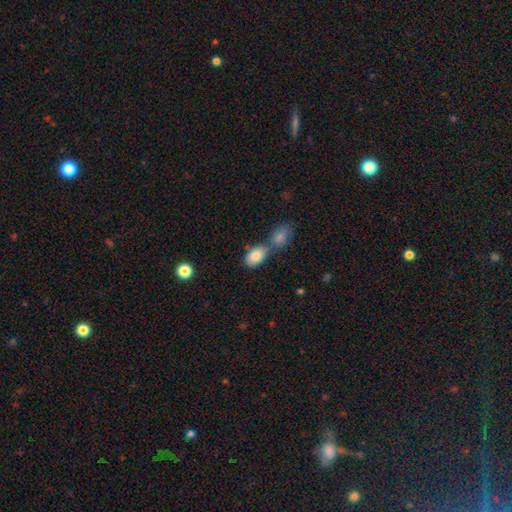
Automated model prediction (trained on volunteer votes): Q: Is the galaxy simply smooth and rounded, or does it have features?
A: smooth — 85%.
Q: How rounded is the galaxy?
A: in between — 89%.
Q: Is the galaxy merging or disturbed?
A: none — 43%.